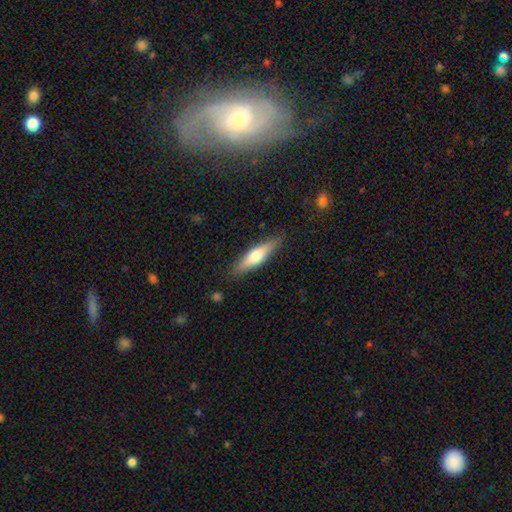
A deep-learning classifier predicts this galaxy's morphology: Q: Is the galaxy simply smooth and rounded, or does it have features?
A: smooth — 56%.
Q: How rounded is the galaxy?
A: cigar-shaped — 73%.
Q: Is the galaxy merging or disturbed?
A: none — 86%.